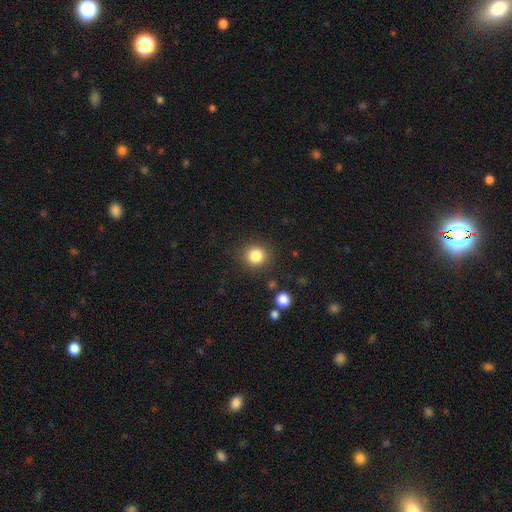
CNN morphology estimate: smooth-or-featured: smooth: 84% | star or artifact: 11% | featured or disk: 5%
  how-rounded: round: 90% | in between: 9% | cigar-shaped: 1%
  merging: none: 88% | minor disturbance: 7% | major disturbance: 3% | merger: 2%